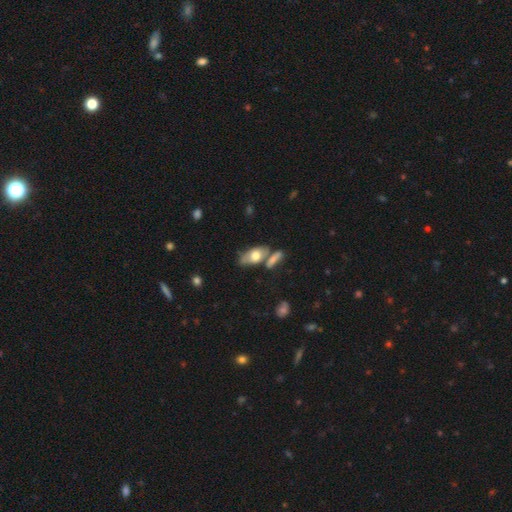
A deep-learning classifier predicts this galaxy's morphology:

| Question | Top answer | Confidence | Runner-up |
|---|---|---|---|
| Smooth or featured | smooth | 58% | featured or disk (34%) |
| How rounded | in between | 82% | cigar-shaped (12%) |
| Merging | none | 48% | merger (26%) |